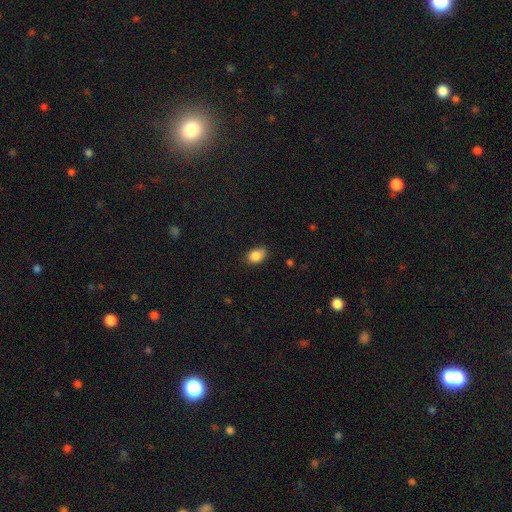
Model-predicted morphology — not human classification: A smooth galaxy with no disk features (86%) that is in between round and cigar-shaped (74%). Merging: none (67%).